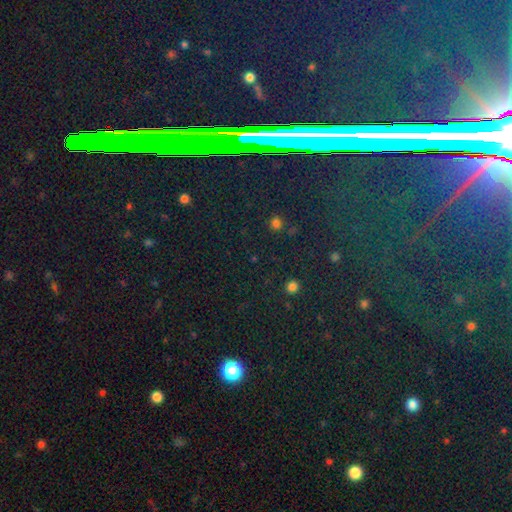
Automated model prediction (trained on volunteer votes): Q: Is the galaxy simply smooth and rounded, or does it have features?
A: star or artifact — 84%.